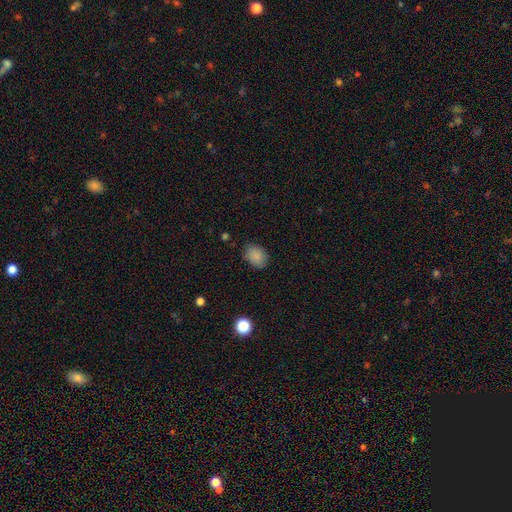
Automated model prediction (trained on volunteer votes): A smooth galaxy with no disk features (86%) that is in between round and cigar-shaped (68%).

Vote fractions:
- Smooth or featured? smooth: 86% / star or artifact: 9% / featured or disk: 4%
- How rounded? in between: 68% / round: 31% / cigar-shaped: 1%
- Merging? none: 81% / minor disturbance: 14% / major disturbance: 3% / merger: 1%